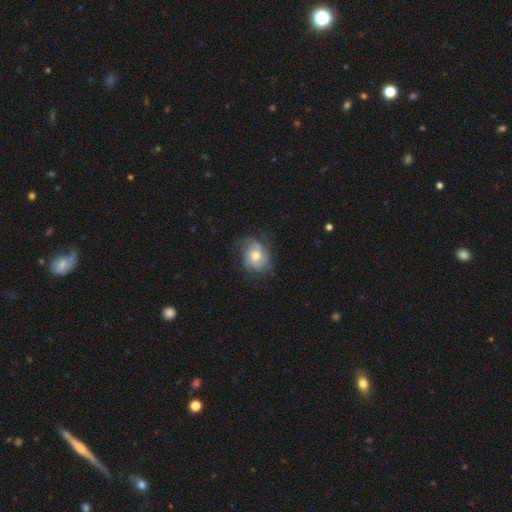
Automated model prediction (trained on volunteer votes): Smooth or featured: featured or disk — 73% (smooth — 19%)
Edge-on disk: no — 97% (yes — 3%)
Bar: no — 73% (weak — 23%)
Spiral arms: yes — 93% (no — 7%)
Spiral winding: tight — 42% (medium — 41%)
Spiral arm count: 3 — 34% (can't tell — 24%)
Bulge size: moderate — 71% (small — 16%)
Merging: none — 68% (minor disturbance — 20%)